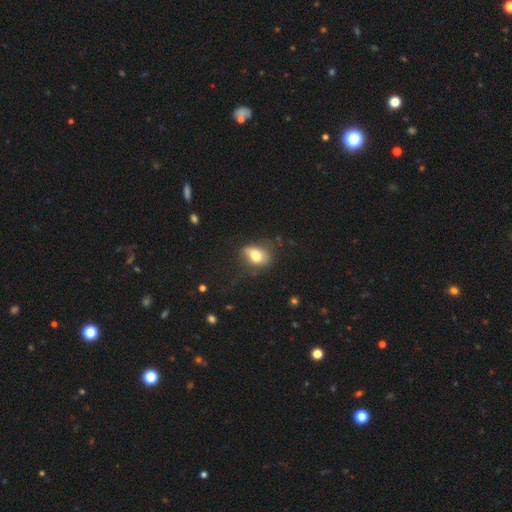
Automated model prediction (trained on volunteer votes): smooth_or_featured: smooth (p=0.74) [alt: featured or disk p=0.16]
how_rounded: in between (p=0.79) [alt: round p=0.19]
merging: none (p=0.50) [alt: minor disturbance p=0.30]